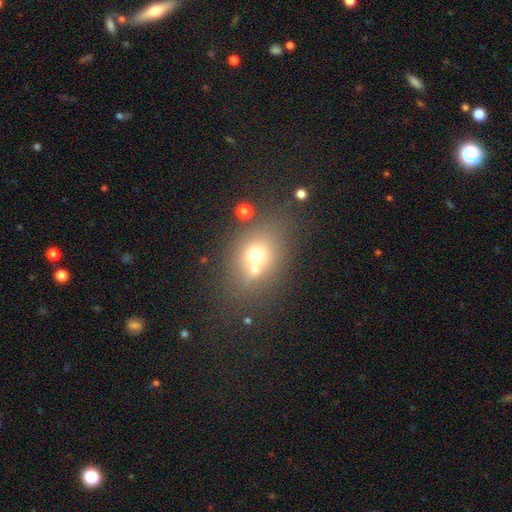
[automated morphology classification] This appears to be a smooth galaxy with no disk features (62%) that is round (49%, tied with in between). Merging: none (48%).